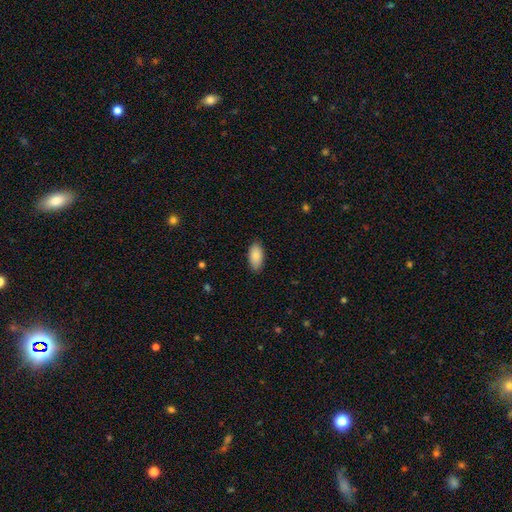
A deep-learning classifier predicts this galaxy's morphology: Smooth or featured?
  - smooth: 88% *
  - star or artifact: 6%
  - featured or disk: 5%
How rounded?
  - in between: 93% *
  - cigar-shaped: 5%
  - round: 2%
Merging?
  - none: 88% *
  - minor disturbance: 9%
  - major disturbance: 2%
  - merger: 1%